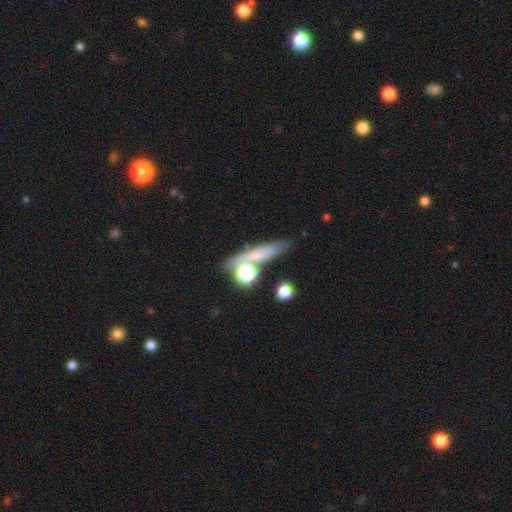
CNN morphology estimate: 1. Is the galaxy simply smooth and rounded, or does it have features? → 58% smooth, 26% featured or disk, 16% star or artifact.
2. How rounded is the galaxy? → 60% cigar-shaped, 20% round, 20% in between.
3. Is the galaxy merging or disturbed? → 65% none, 15% merger, 14% minor disturbance, 6% major disturbance.